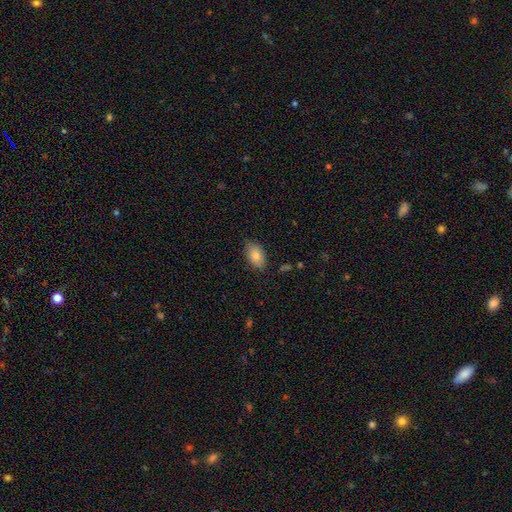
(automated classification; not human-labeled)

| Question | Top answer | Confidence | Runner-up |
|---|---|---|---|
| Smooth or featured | smooth | 81% | featured or disk (11%) |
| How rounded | in between | 86% | round (13%) |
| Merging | none | 80% | minor disturbance (16%) |